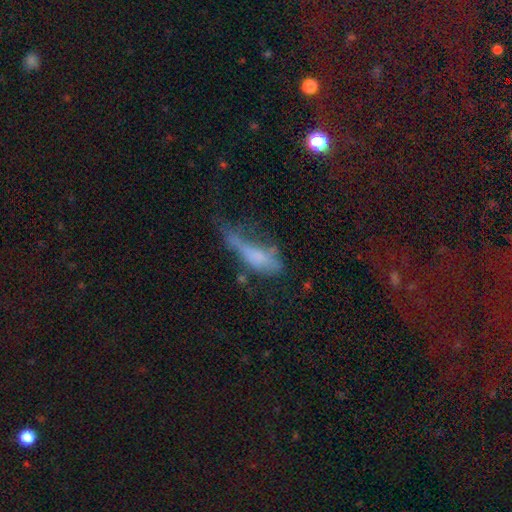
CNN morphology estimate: Smooth or featured? Predicted: smooth (p=0.51). How rounded? Predicted: cigar-shaped (p=0.53). Merging? Predicted: major disturbance (p=0.45).